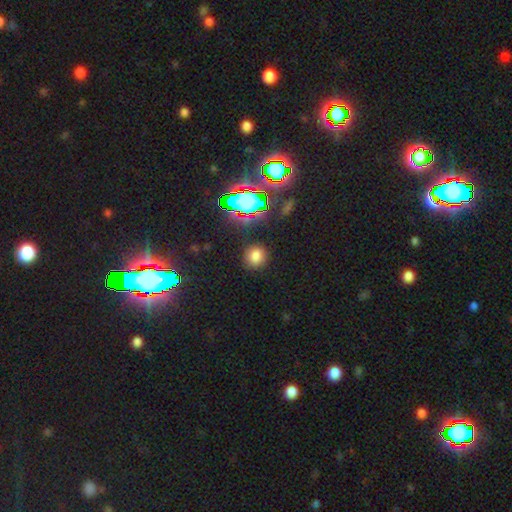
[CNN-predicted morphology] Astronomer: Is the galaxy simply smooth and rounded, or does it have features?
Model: smooth — 72%.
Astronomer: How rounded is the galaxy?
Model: round — 85%.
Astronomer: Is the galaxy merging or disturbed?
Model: none — 88%.